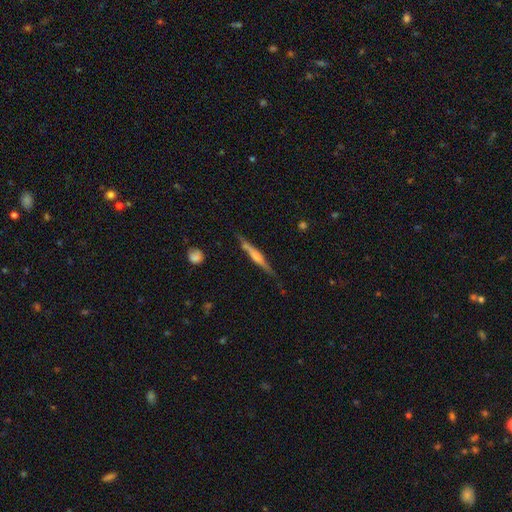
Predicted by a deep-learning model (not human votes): This is likely a featured or disk galaxy (63%). It is clearly viewed edge-on (96%). Edge-on bulge: possibly rounded (54%). Merging: likely none (78%).